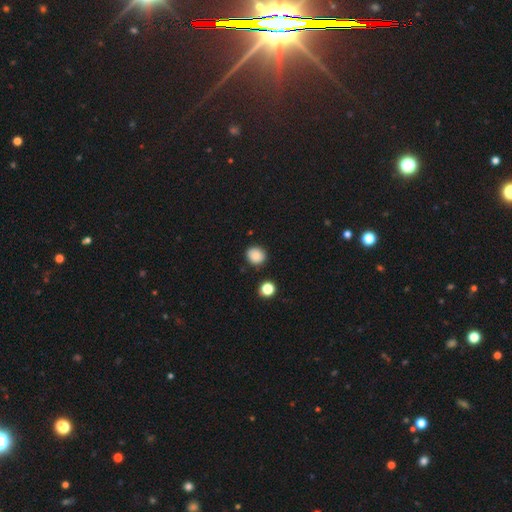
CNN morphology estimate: The model was most divided on "how rounded": round: 79%, in between: 20%, cigar-shaped: 1%. More confident: smooth or featured — smooth (86%); merging — none (86%).